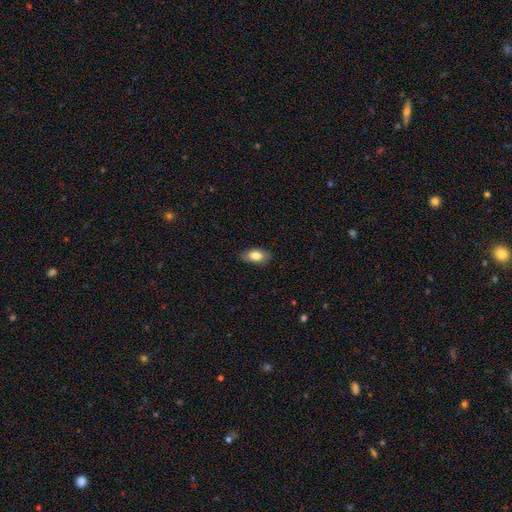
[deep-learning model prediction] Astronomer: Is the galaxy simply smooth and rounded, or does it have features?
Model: smooth — 80%.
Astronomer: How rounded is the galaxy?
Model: in between — 91%.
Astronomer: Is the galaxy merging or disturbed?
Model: none — 84%.